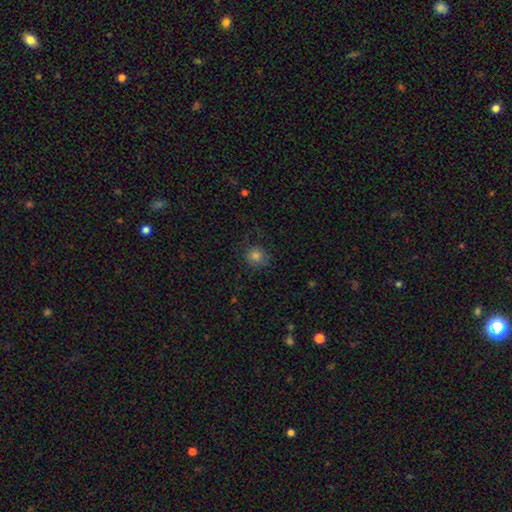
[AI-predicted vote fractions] A smooth galaxy with no disk features (78%) that is round (85%).

Vote fractions:
- Smooth or featured? smooth: 78% / star or artifact: 14% / featured or disk: 8%
- How rounded? round: 85% / in between: 14% / cigar-shaped: 1%
- Merging? none: 75% / minor disturbance: 17% / major disturbance: 7% / merger: 1%